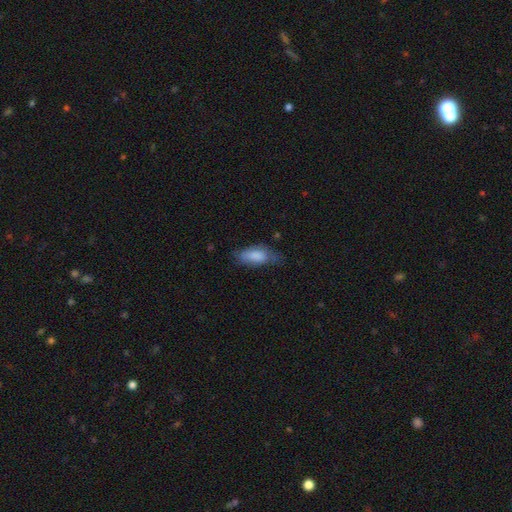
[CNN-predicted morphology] Overall: smooth (81%). How rounded: in between (84%). Merging: none (51%; minor disturbance 34%).